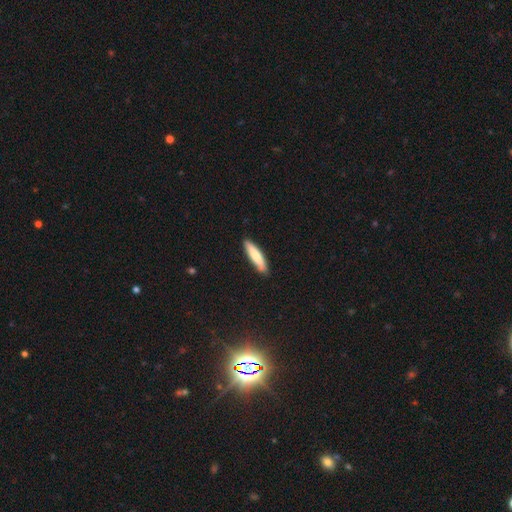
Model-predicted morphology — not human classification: Smooth or featured?
  - smooth: 77% *
  - featured or disk: 18%
  - star or artifact: 5%
How rounded?
  - cigar-shaped: 83% *
  - in between: 16%
  - round: 1%
Merging?
  - none: 88% *
  - minor disturbance: 9%
  - major disturbance: 2%
  - merger: 1%